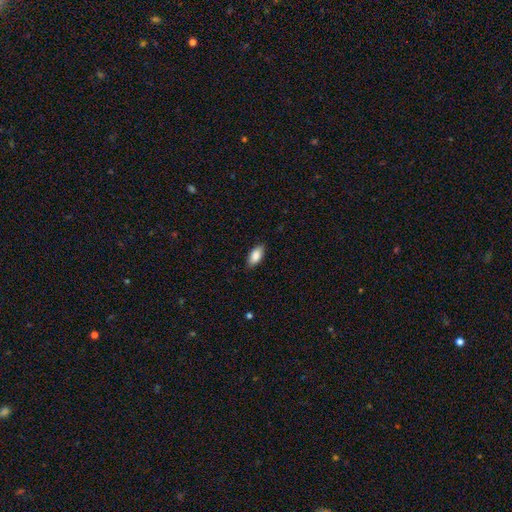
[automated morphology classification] Overall: smooth (87%). How rounded: in between (90%). Merging: none (87%).